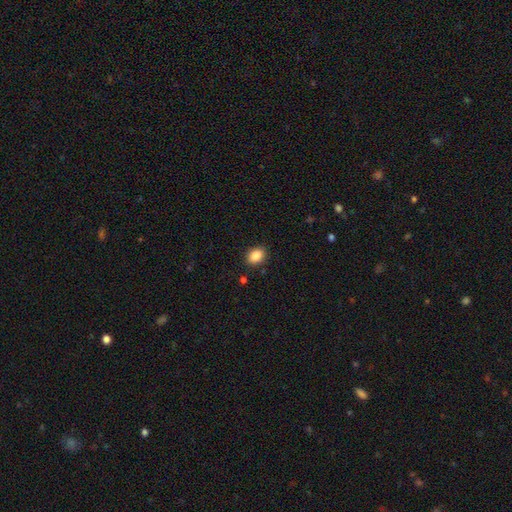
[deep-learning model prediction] smooth-or-featured: smooth: 88% | star or artifact: 8% | featured or disk: 4%
  how-rounded: in between: 73% | round: 25% | cigar-shaped: 1%
  merging: none: 88% | minor disturbance: 9% | major disturbance: 2% | merger: 1%